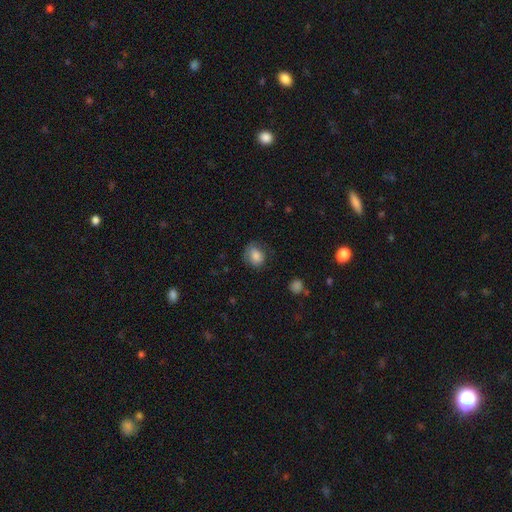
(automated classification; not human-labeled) Overall: smooth (79%). How rounded: round (59%; in between 40%). Merging: none (64%; minor disturbance 24%).